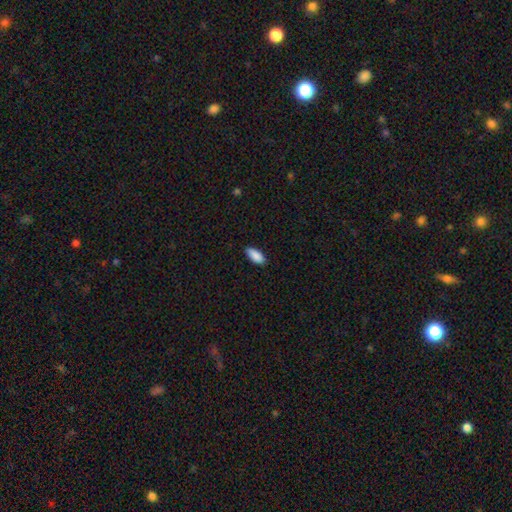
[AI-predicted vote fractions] Smooth or featured: smooth — 90% (star or artifact — 6%)
How rounded: in between — 87% (cigar-shaped — 11%)
Merging: none — 86% (minor disturbance — 11%)